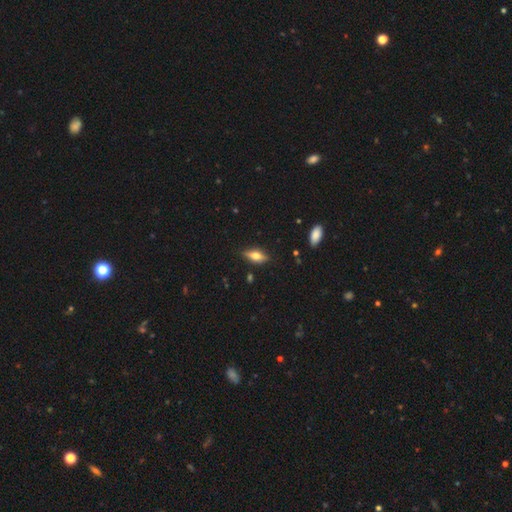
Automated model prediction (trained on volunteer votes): Q: Smooth or featured?
A: smooth (51%); runner-up: featured or disk (42%)
Q: How rounded?
A: in between (65%); runner-up: cigar-shaped (31%)
Q: Merging?
A: none (84%); runner-up: minor disturbance (12%)